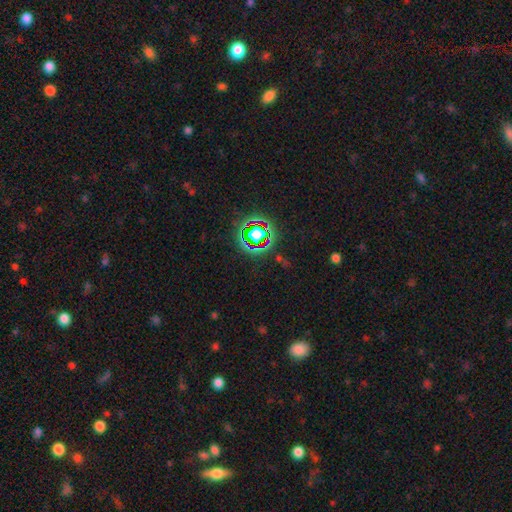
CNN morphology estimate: Smooth or featured? star or artifact (72%)